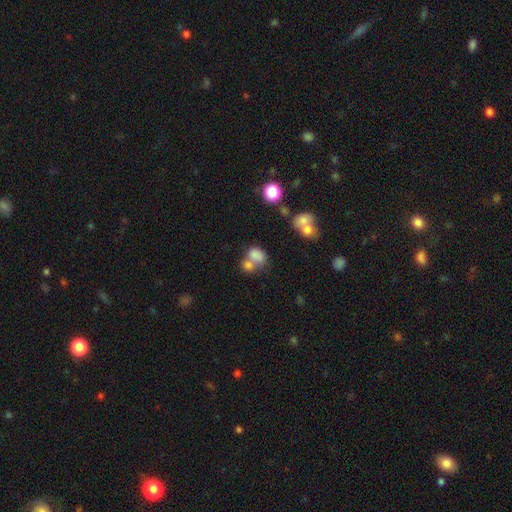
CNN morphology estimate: This is likely a smooth galaxy (75%). How rounded: possibly in between (58%). Merging: possibly merger (56%).